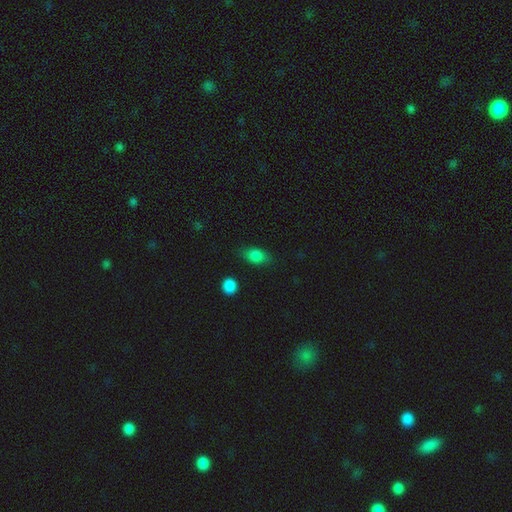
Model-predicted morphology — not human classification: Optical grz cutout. It shows a smooth galaxy with no disk features (83%) that is in between round and cigar-shaped (82%). Merging: none (77%).